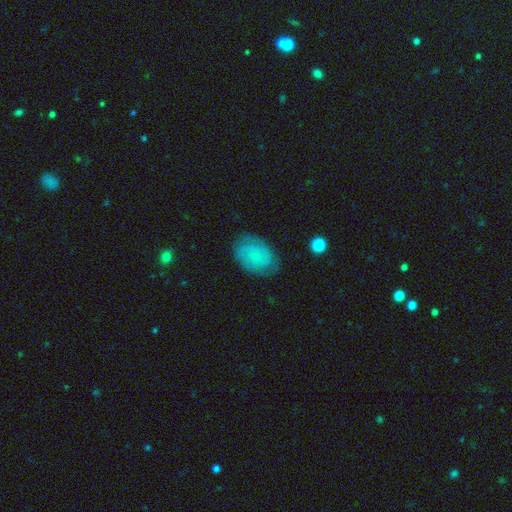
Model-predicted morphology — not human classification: Smooth or featured: featured or disk — 53% (smooth — 39%)
Edge-on disk: no — 97% (yes — 3%)
Bar: no — 80% (weak — 17%)
Spiral arms: yes — 83% (no — 17%)
Bulge size: small — 80% (none — 9%)
Merging: none — 78% (minor disturbance — 16%)